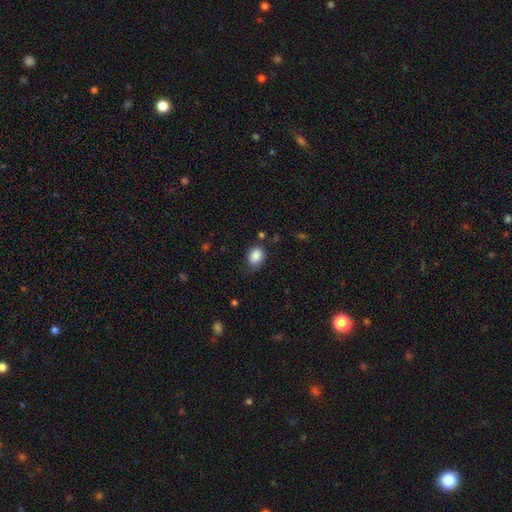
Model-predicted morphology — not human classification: Smooth or featured? smooth (85%)
How rounded? in between (60%)
Merging? none (59%)